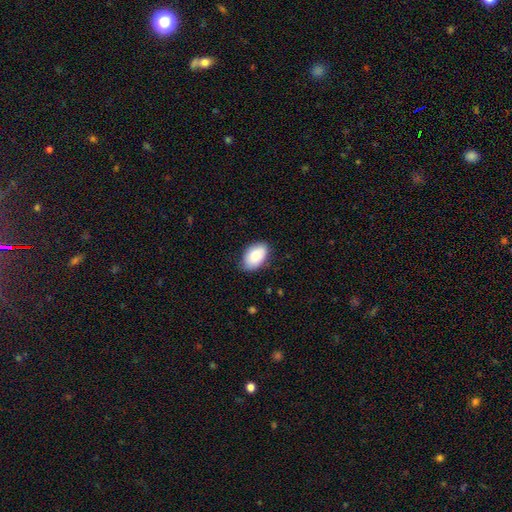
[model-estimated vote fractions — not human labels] Smooth or featured? smooth (82%)
How rounded? in between (92%)
Merging? none (82%)